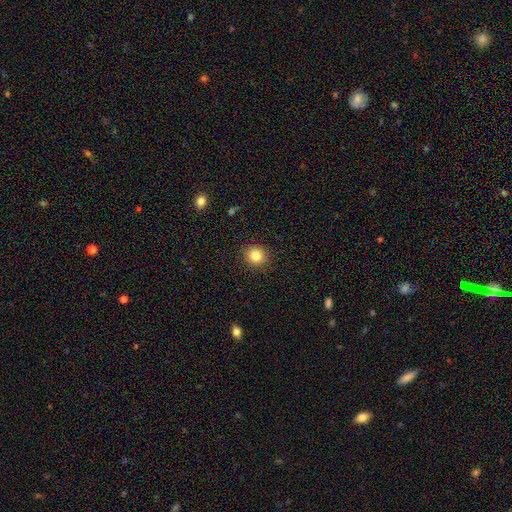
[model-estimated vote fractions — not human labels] This appears to be a smooth galaxy with no disk features (83%) that is round (89%). Merging: none (91%).